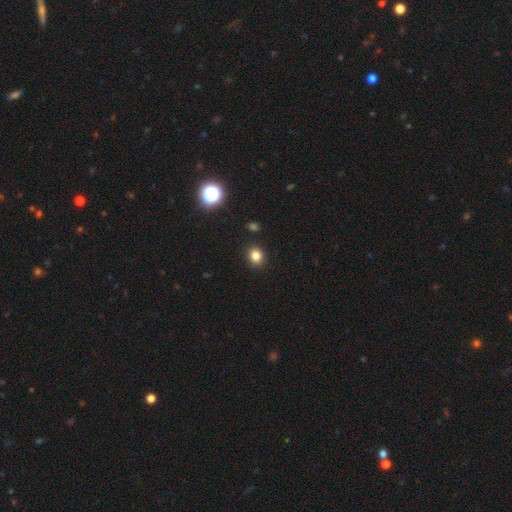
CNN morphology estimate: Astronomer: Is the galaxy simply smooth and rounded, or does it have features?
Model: smooth — 81%.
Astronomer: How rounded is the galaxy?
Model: round — 66%.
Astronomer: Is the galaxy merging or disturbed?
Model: none — 90%.